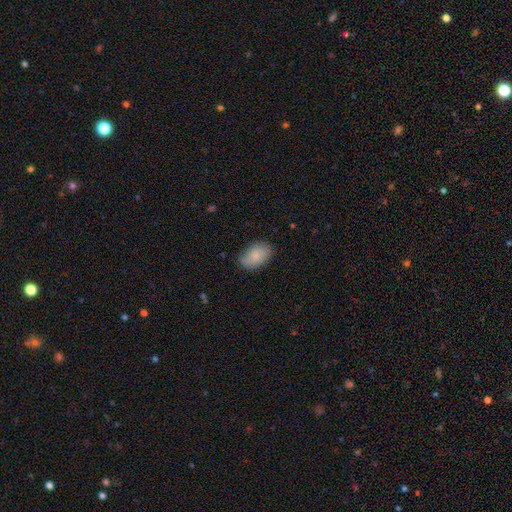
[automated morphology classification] A smooth galaxy with no disk features (82%) that is in between round and cigar-shaped (89%).

Vote fractions:
- Smooth or featured? smooth: 82% / featured or disk: 11% / star or artifact: 7%
- How rounded? in between: 89% / round: 10% / cigar-shaped: 1%
- Merging? none: 75% / minor disturbance: 19% / major disturbance: 4% / merger: 1%